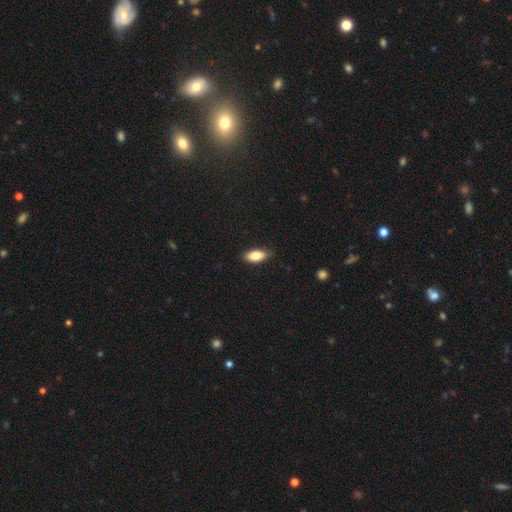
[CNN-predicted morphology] A smooth galaxy with no disk features (81%) that is in between round and cigar-shaped (87%).

Vote fractions:
- Smooth or featured? smooth: 81% / featured or disk: 12% / star or artifact: 7%
- How rounded? in between: 87% / cigar-shaped: 10% / round: 3%
- Merging? none: 83% / minor disturbance: 14% / major disturbance: 2% / merger: 1%